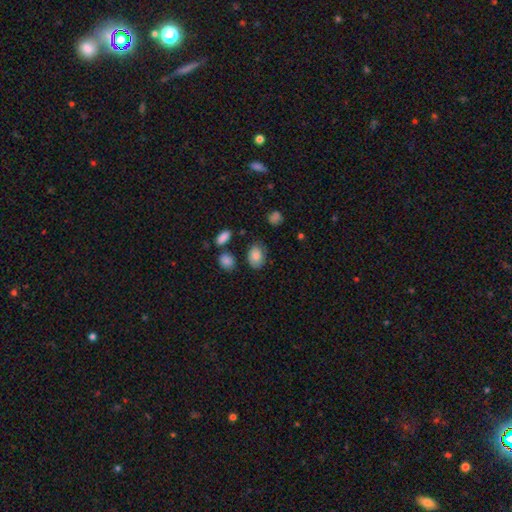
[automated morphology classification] Q: Smooth or featured?
A: smooth (82%); runner-up: featured or disk (9%)
Q: How rounded?
A: in between (82%); runner-up: round (16%)
Q: Merging?
A: none (72%); runner-up: minor disturbance (19%)